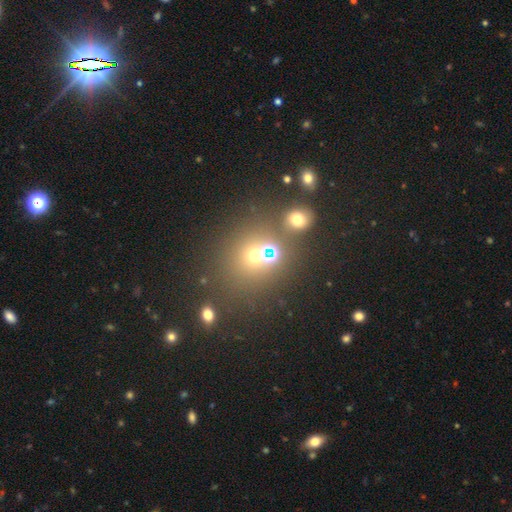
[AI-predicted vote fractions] smooth_or_featured: smooth (p=0.54) [alt: star or artifact p=0.32]
how_rounded: round (p=0.76) [alt: in between p=0.23]
merging: none (p=0.57) [alt: merger p=0.27]